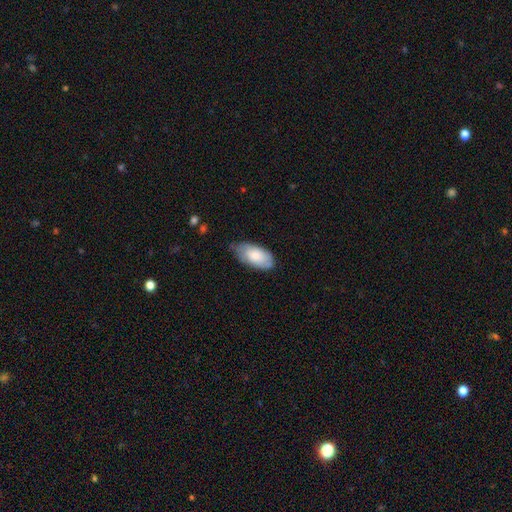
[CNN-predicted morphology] Smooth or featured? Predicted: smooth (p=0.75). How rounded? Predicted: in between (p=0.95). Merging? Predicted: none (p=0.64).